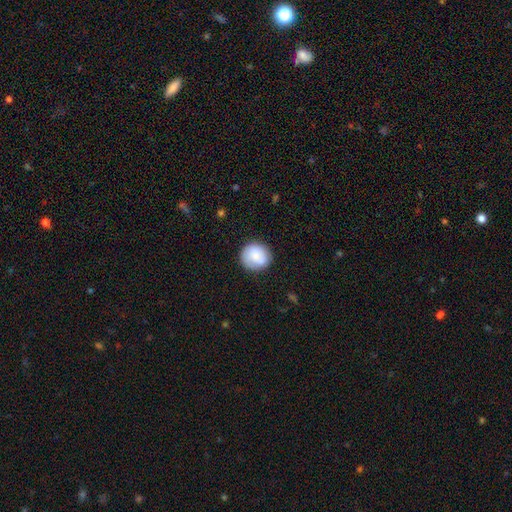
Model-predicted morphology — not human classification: This appears to be a smooth galaxy with no disk features (73%) that is round (85%). Merging: none (79%).